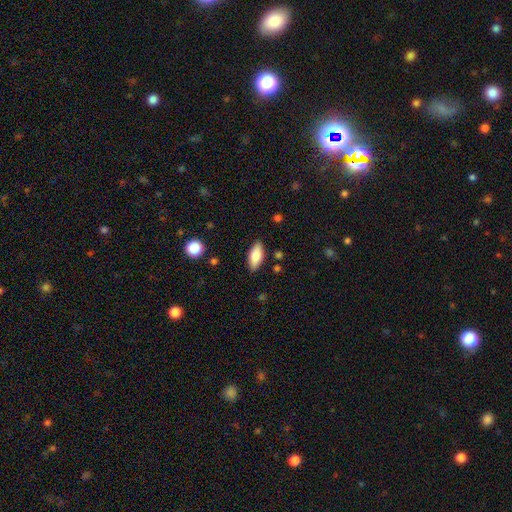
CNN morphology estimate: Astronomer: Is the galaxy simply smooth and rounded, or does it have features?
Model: smooth — 79%.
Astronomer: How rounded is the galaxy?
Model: in between — 84%.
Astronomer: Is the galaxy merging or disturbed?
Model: none — 86%.